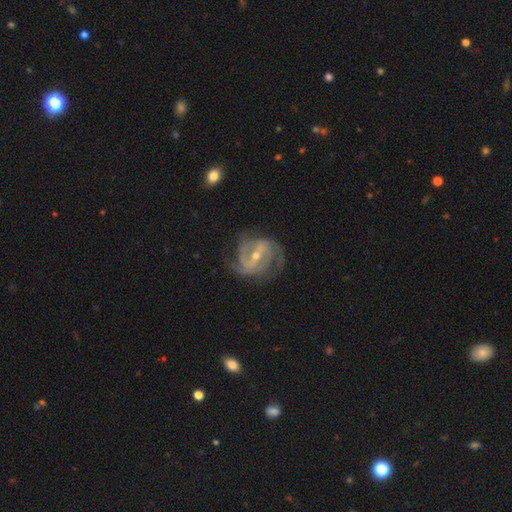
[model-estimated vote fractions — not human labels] smooth-or-featured: featured or disk: 90% | star or artifact: 5% | smooth: 5%
  disk-edge-on: no: 97% | yes: 3%
    bar: strong: 48% | weak: 37% | no: 15%
    has-spiral-arms: yes: 97% | no: 3%
      spiral-winding: medium: 46% | tight: 42% | loose: 12%
      spiral-arm-count: 2: 37% | 3: 31% | can't tell: 14% | 4: 8% | 1: 5% | more than 4: 5%
    bulge-size: small: 52% | moderate: 45% | large: 1% | none: 1% | dominant: 1%
  merging: none: 70% | minor disturbance: 18% | major disturbance: 10% | merger: 1%